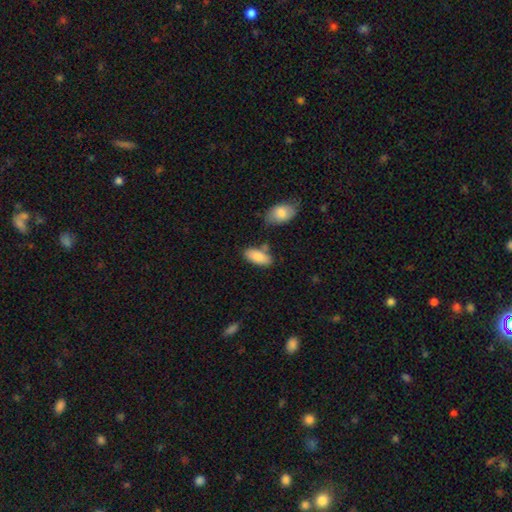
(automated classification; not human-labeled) Overall: smooth (86%). How rounded: in between (90%). Merging: none (72%).